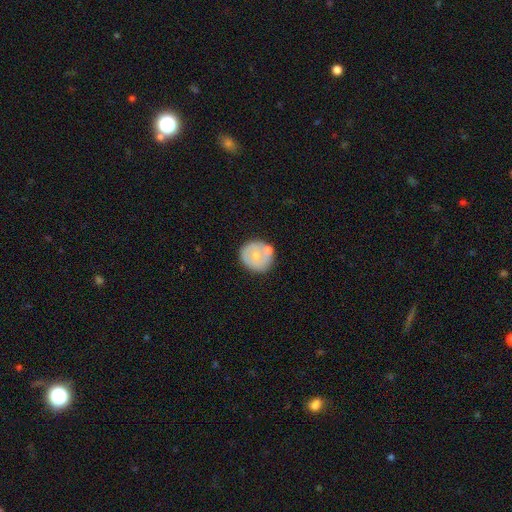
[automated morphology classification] This is likely a smooth galaxy (65%). How rounded: clearly round (88%). Merging: likely none (66%).